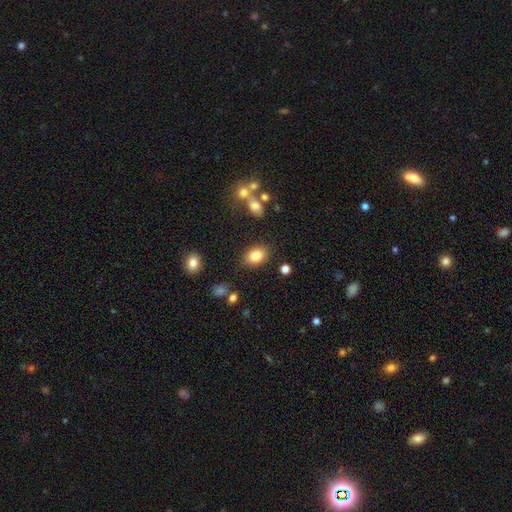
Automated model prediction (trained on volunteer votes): Overall: smooth (82%). How rounded: in between (80%). Merging: none (82%).